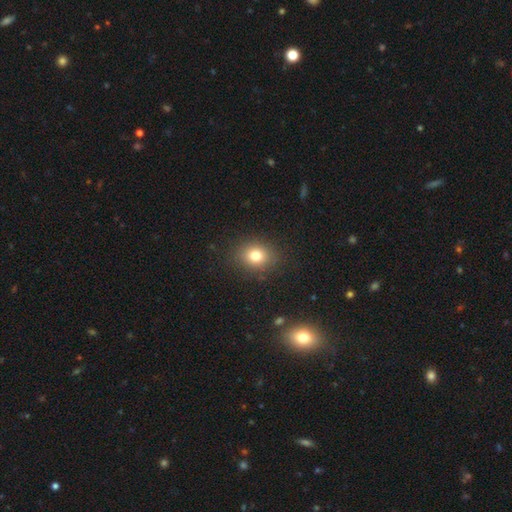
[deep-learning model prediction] Morphology: type=smooth (79%); roundness=round (59%); merging=none (86%).